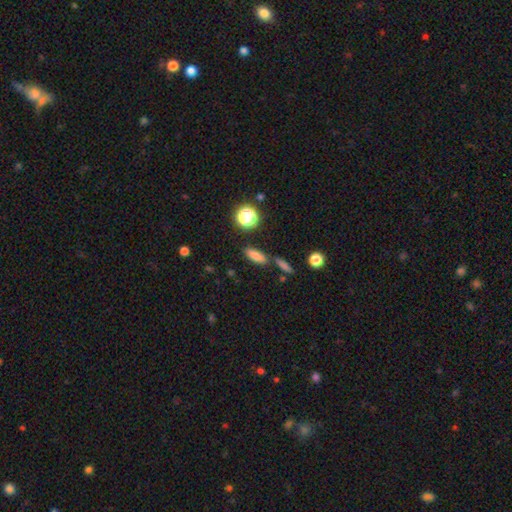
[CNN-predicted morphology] This is likely a smooth galaxy (77%). How rounded: possibly in between (59%). Merging: likely none (70%).